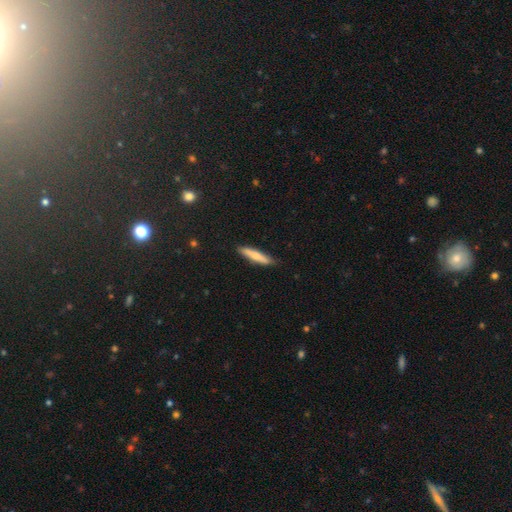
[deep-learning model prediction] The model was most divided on "smooth or featured": smooth: 70%, featured or disk: 25%, star or artifact: 6%. More confident: how rounded — cigar-shaped (87%); merging — none (85%).